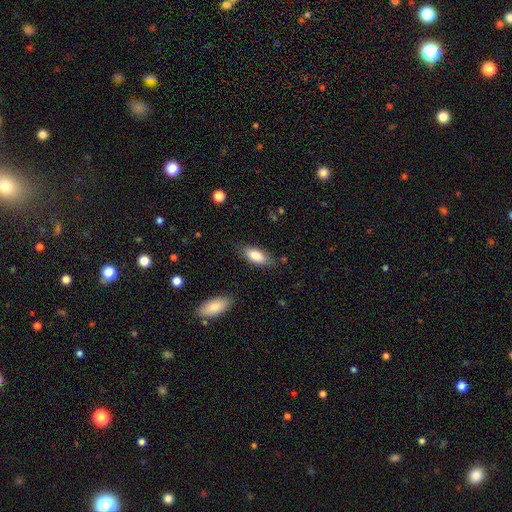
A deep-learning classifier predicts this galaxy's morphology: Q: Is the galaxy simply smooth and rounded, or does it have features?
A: smooth — 83%.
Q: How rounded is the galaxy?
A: in between — 82%.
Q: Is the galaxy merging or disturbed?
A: none — 80%.